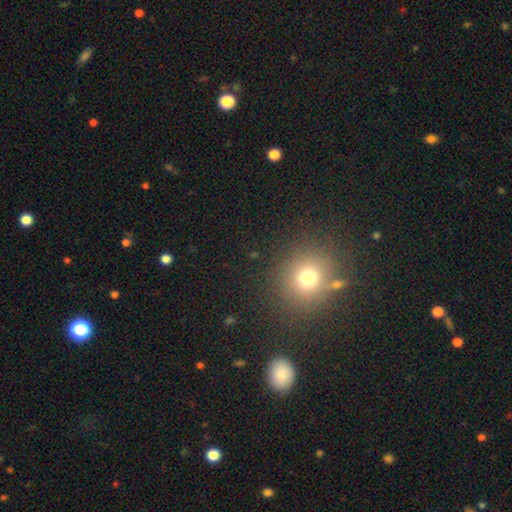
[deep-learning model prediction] Smooth or featured: smooth — 59% (star or artifact — 33%)
How rounded: round — 85% (in between — 14%)
Merging: none — 84% (minor disturbance — 8%)